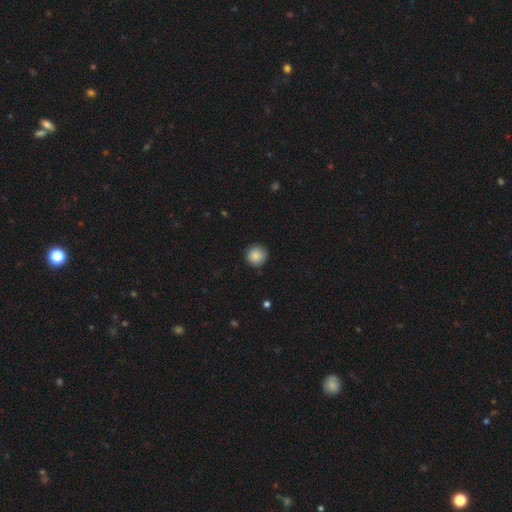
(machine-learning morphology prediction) Overall: smooth (87%). How rounded: round (95%). Merging: none (90%).